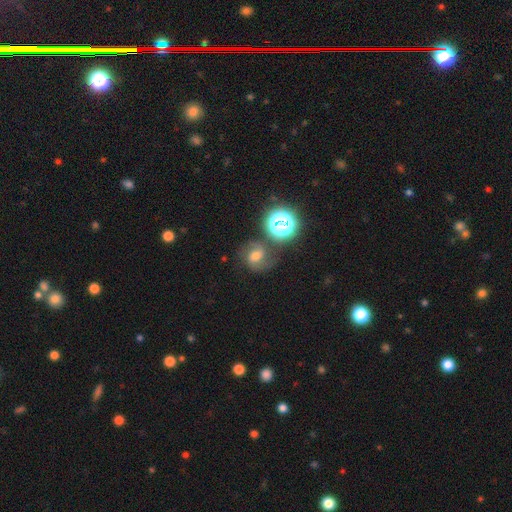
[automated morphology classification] A featured or disk galaxy (54%) with a weak bar (43%), spiral arms (91%) and a moderate central bulge (57%).

Vote fractions:
- Smooth or featured? featured or disk: 54% / smooth: 25% / star or artifact: 21%
- Edge-on disk? no: 97% / yes: 3%
- Bar? weak: 43% / no: 40% / strong: 17%
- Spiral arms? yes: 91% / no: 9%
- Bulge size? moderate: 57% / small: 21% / large: 16% / none: 4% / dominant: 3%
- Merging? none: 64% / minor disturbance: 17% / major disturbance: 10% / merger: 9%